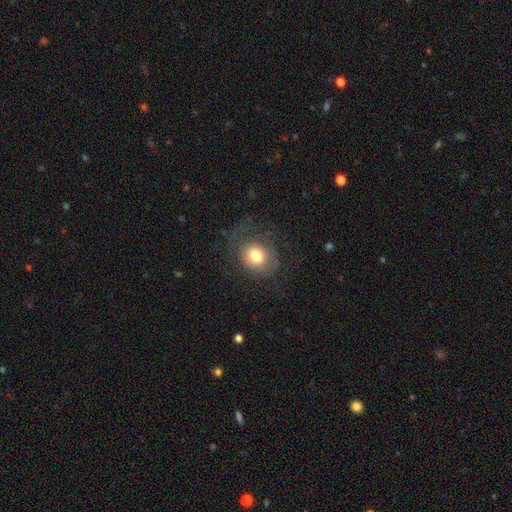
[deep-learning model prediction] This appears to be a smooth galaxy with no disk features (62%) that is round (57%). Merging: none (56%).